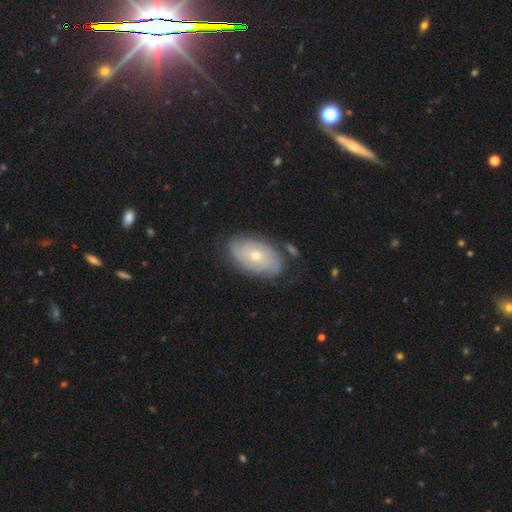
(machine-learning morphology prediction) Smooth or featured?
  - featured or disk: 72% *
  - smooth: 21%
  - star or artifact: 7%
Edge-on disk?
  - no: 94% *
  - yes: 6%
Bar?
  - no: 78% *
  - weak: 18%
  - strong: 4%
Spiral arms?
  - yes: 88% *
  - no: 12%
Spiral winding?
  - tight: 73% *
  - medium: 20%
  - loose: 7%
Spiral arm count?
  - can't tell: 44% *
  - 2: 30%
  - 3: 12%
  - 4: 6%
  - 1: 4%
  - more than 4: 4%
Bulge size?
  - moderate: 49% *
  - small: 48%
  - large: 2%
  - none: 1%
  - dominant: 1%
Merging?
  - none: 76% *
  - minor disturbance: 16%
  - major disturbance: 5%
  - merger: 3%